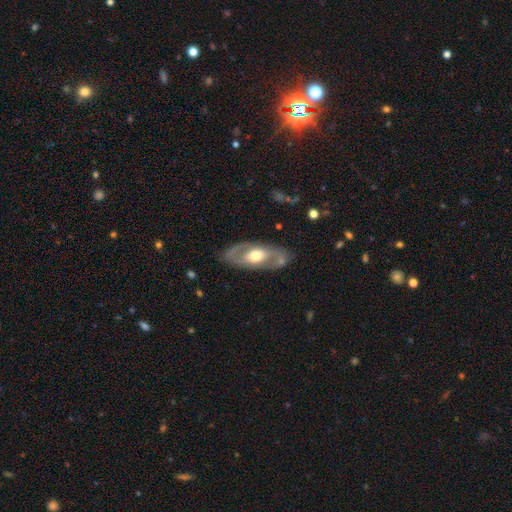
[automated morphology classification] This is likely a featured or disk galaxy (70%). It is clearly not viewed edge-on (87%). Bar: possibly no (55%). Spiral arm pattern: possibly yes (56%). Central bulge: likely moderate (63%). Merging: clearly none (80%).